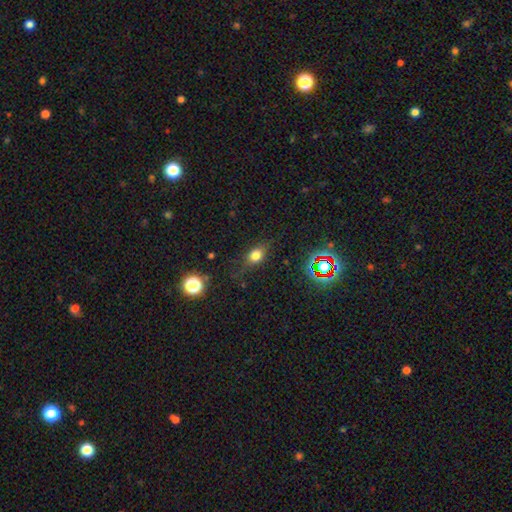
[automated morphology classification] Overall: smooth (71%). How rounded: in between (65%; round 30%). Merging: none (74%).